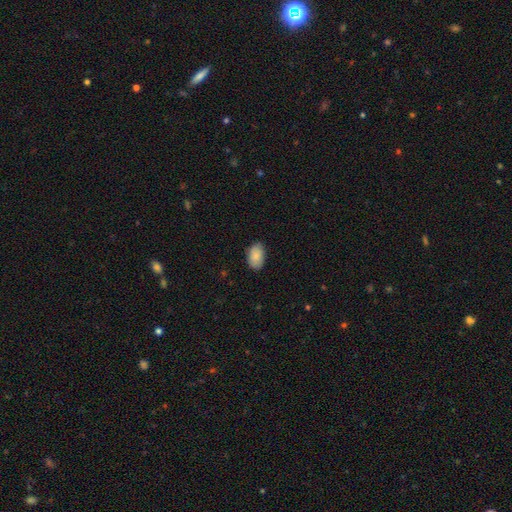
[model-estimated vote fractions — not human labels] smooth-or-featured: smooth: 88% | star or artifact: 7% | featured or disk: 6%
  how-rounded: in between: 92% | round: 7% | cigar-shaped: 1%
  merging: none: 85% | minor disturbance: 12% | major disturbance: 2% | merger: 1%